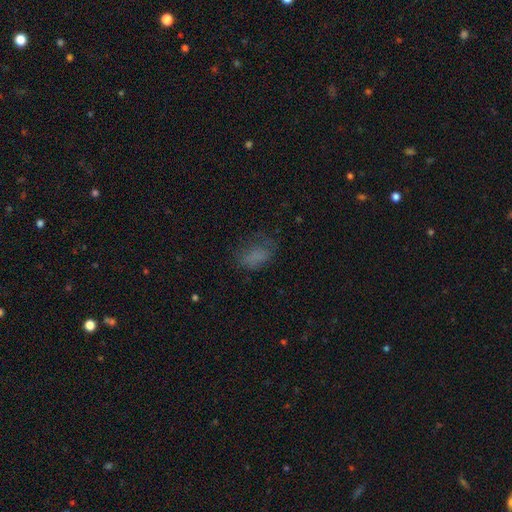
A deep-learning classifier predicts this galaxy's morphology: A smooth galaxy with no disk features (67%) that is in between round and cigar-shaped (85%). Merging: none (50%).